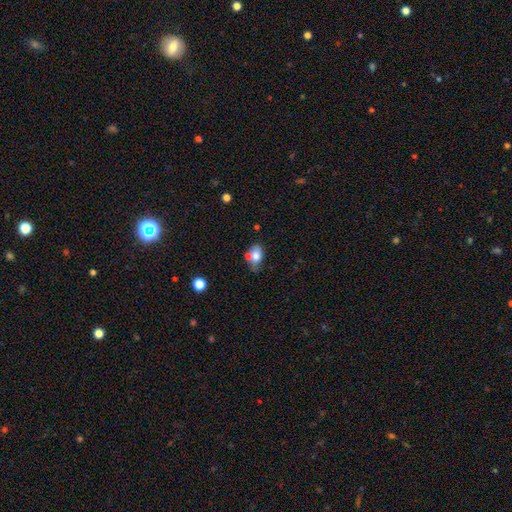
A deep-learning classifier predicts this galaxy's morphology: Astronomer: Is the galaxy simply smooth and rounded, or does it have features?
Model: smooth — 73%.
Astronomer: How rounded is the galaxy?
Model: in between — 82%.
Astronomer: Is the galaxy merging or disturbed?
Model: none — 43% (runner-up: merger, 29%).